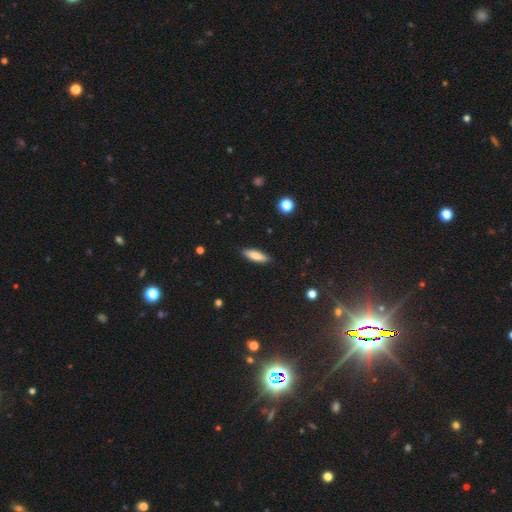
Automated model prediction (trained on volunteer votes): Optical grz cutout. It shows a smooth galaxy with no disk features (81%) that is in between round and cigar-shaped (51%). Merging: none (88%).